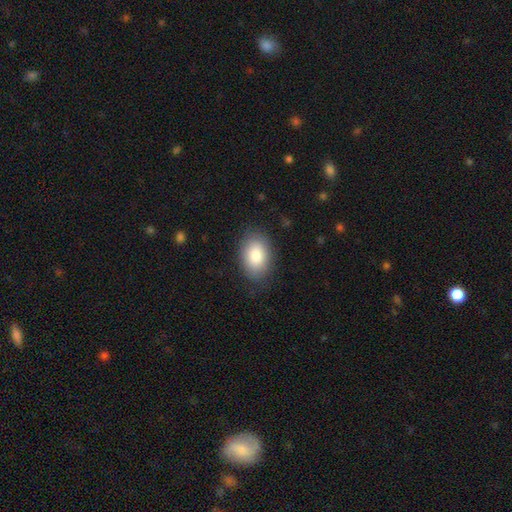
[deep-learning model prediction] A smooth galaxy with no disk features (85%) that is in between round and cigar-shaped (86%). Merging: none (83%).